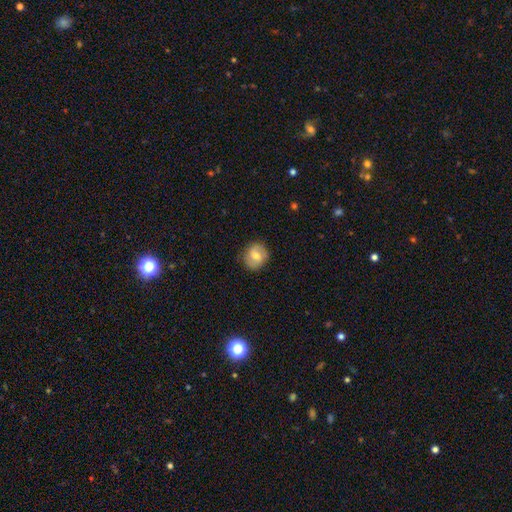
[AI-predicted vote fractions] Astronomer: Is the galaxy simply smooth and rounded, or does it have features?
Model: smooth — 60%.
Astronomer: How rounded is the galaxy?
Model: round — 77%.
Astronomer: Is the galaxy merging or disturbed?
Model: none — 82%.